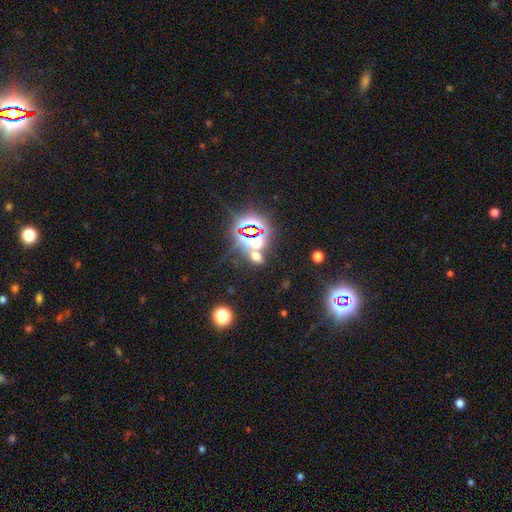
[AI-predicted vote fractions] A star or artifact, not a galaxy (52%).